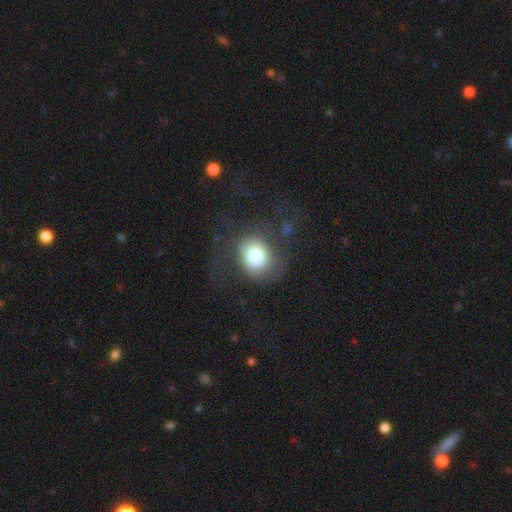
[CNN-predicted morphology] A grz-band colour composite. It shows a smooth galaxy with no disk features (75%) that is round (73%). Merging: none (62%).